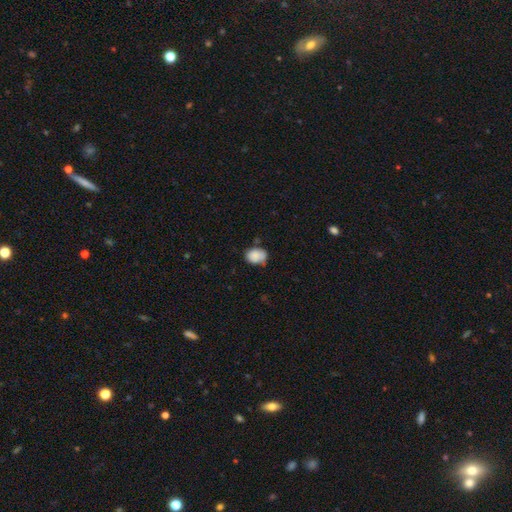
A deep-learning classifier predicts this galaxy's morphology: A smooth galaxy with no disk features (83%) that is in between round and cigar-shaped (69%). Merging: none (52%).